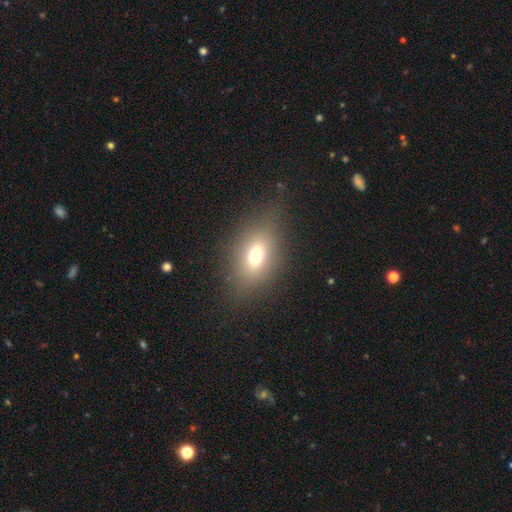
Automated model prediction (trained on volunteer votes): Smooth or featured?
  - smooth: 69% *
  - featured or disk: 17%
  - star or artifact: 14%
How rounded?
  - in between: 75% *
  - round: 21%
  - cigar-shaped: 4%
Merging?
  - none: 76% *
  - minor disturbance: 15%
  - major disturbance: 8%
  - merger: 2%